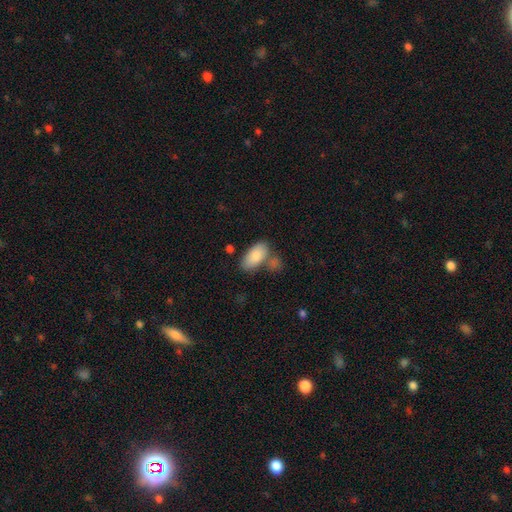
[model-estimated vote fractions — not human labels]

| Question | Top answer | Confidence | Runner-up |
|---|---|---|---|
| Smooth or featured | smooth | 82% | featured or disk (12%) |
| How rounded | in between | 92% | cigar-shaped (5%) |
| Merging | none | 58% | merger (22%) |